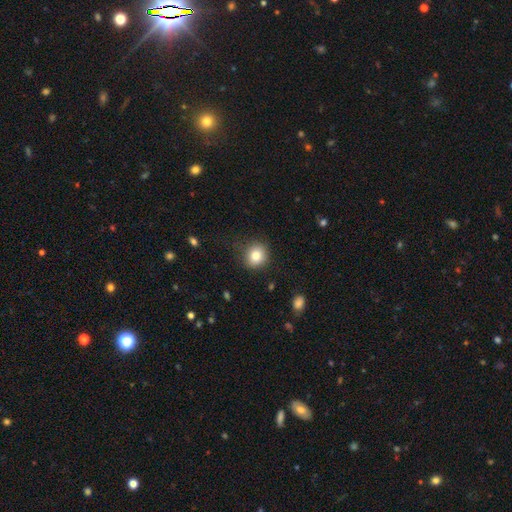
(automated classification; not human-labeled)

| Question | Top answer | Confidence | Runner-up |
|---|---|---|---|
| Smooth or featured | smooth | 82% | star or artifact (10%) |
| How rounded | round | 86% | in between (13%) |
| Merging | none | 84% | minor disturbance (11%) |